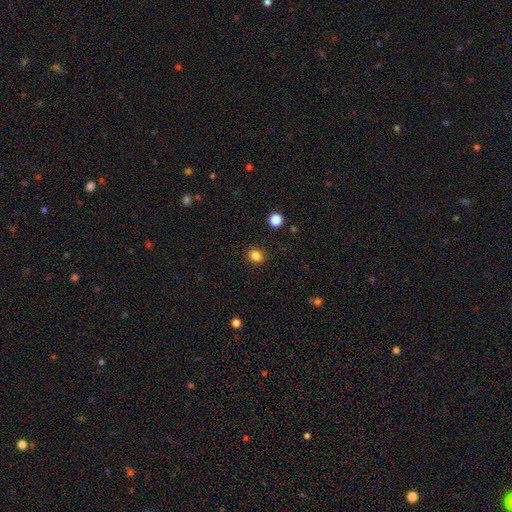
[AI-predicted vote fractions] Overall: smooth (85%). How rounded: round (60%; in between 39%). Merging: none (89%).